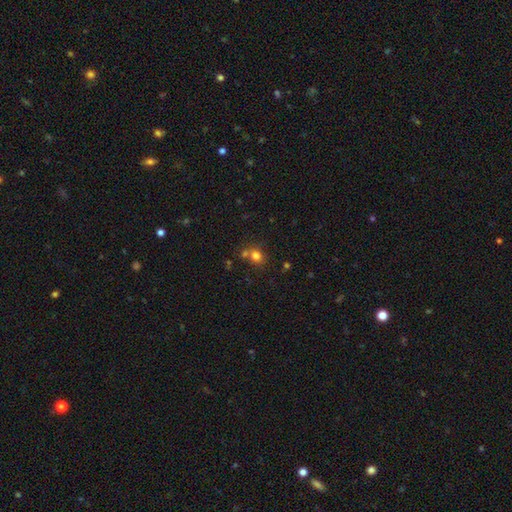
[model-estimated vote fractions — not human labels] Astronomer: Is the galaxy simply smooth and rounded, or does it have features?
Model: smooth — 77%.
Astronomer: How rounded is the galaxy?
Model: round — 69%.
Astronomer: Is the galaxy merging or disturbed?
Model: none — 60%.